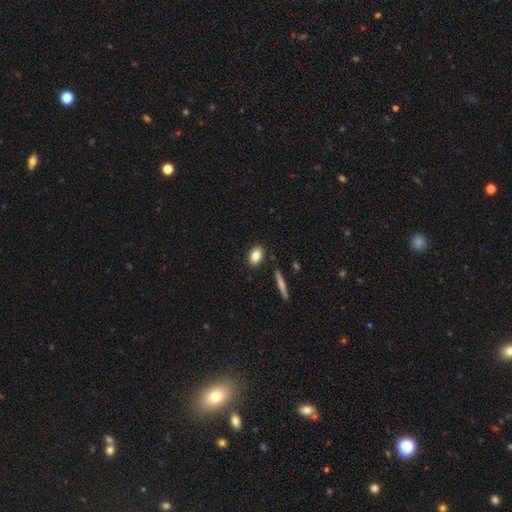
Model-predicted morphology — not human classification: Smooth or featured? Predicted: smooth (p=0.82). How rounded? Predicted: in between (p=0.79). Merging? Predicted: none (p=0.86).